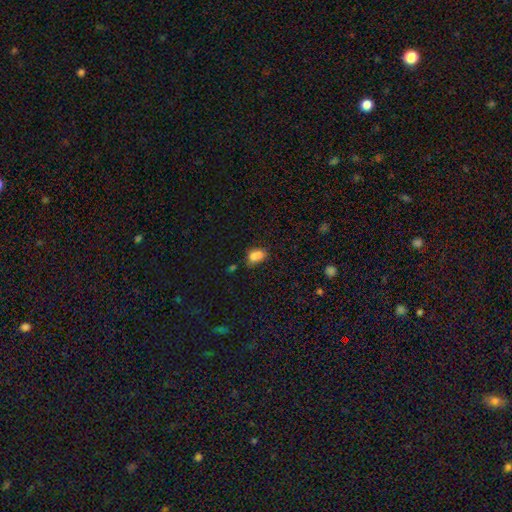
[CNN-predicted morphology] smooth 72%, featured or disk 15%, star or artifact 12%. Down the decision tree: how rounded — in between (64%); merging — merger (52%).